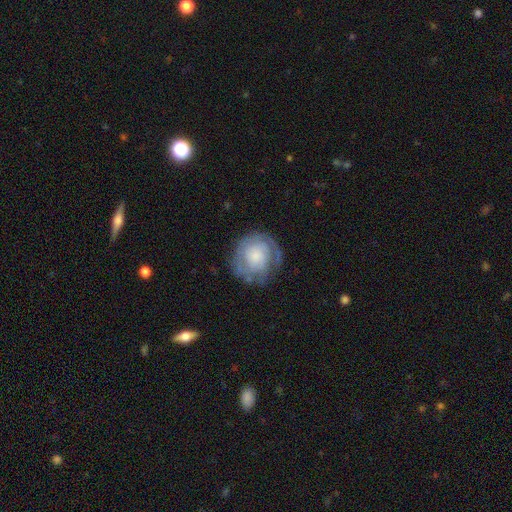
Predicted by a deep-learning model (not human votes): Smooth or featured: featured or disk — 57% (smooth — 36%)
Edge-on disk: no — 98% (yes — 2%)
Bar: no — 82% (weak — 15%)
Spiral arms: yes — 75% (no — 25%)
Bulge size: small — 38% (moderate — 27%)
Merging: none — 63% (minor disturbance — 22%)